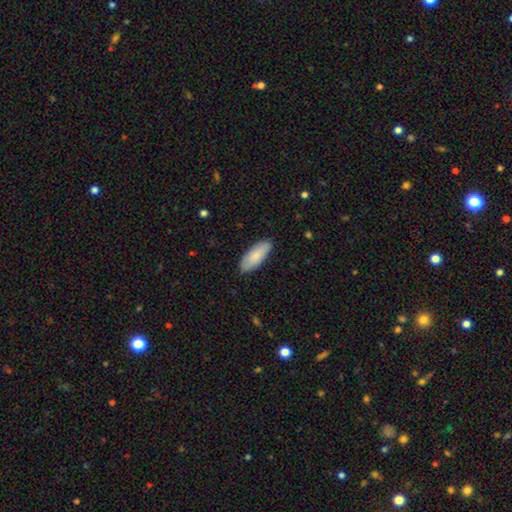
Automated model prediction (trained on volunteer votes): smooth_or_featured: smooth (p=0.82) [alt: featured or disk p=0.13]
how_rounded: in between (p=0.80) [alt: cigar-shaped p=0.18]
merging: none (p=0.86) [alt: minor disturbance p=0.11]